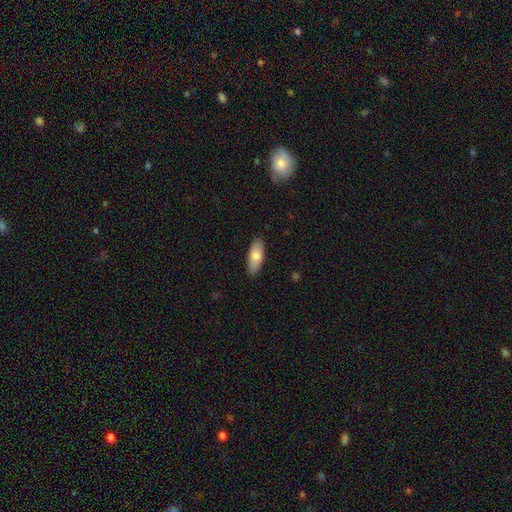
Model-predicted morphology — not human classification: Smooth or featured?
  - smooth: 79% *
  - featured or disk: 16%
  - star or artifact: 6%
How rounded?
  - in between: 79% *
  - cigar-shaped: 19%
  - round: 2%
Merging?
  - none: 89% *
  - minor disturbance: 9%
  - major disturbance: 2%
  - merger: 1%